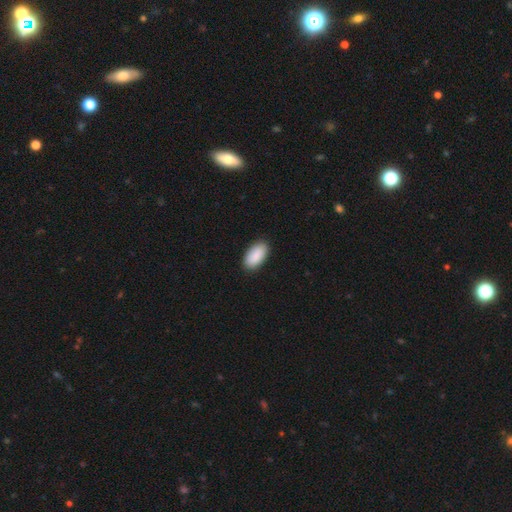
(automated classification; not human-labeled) Smooth or featured: smooth — 90% (star or artifact — 6%)
How rounded: in between — 95% (cigar-shaped — 3%)
Merging: none — 89% (minor disturbance — 9%)